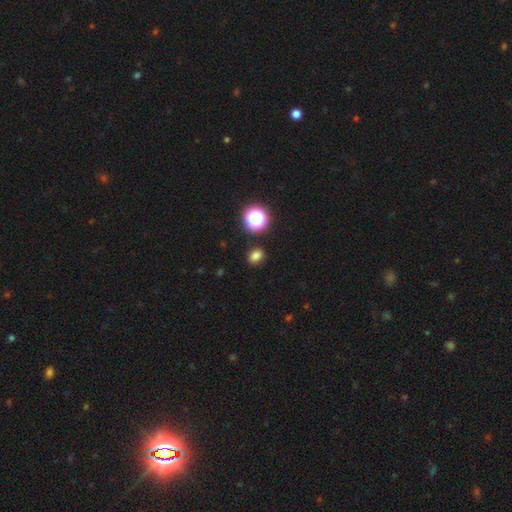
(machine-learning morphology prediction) This appears to be a smooth galaxy with no disk features (77%) that is round (54%). Merging: none (88%).